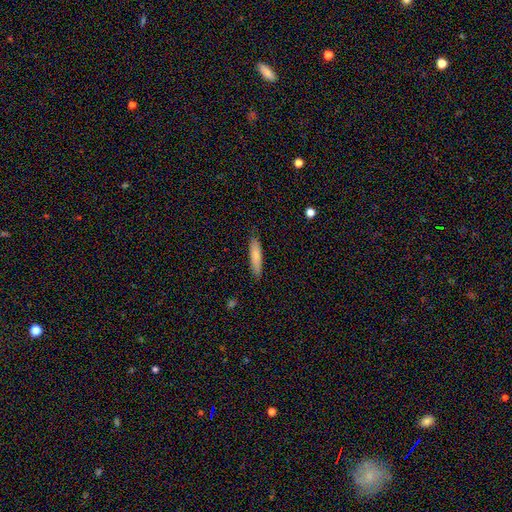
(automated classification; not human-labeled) A smooth galaxy with no disk features (79%) that is cigar-shaped (78%).

Vote fractions:
- Smooth or featured? smooth: 79% / featured or disk: 15% / star or artifact: 6%
- How rounded? cigar-shaped: 78% / in between: 20% / round: 1%
- Merging? none: 87% / minor disturbance: 10% / major disturbance: 2% / merger: 1%